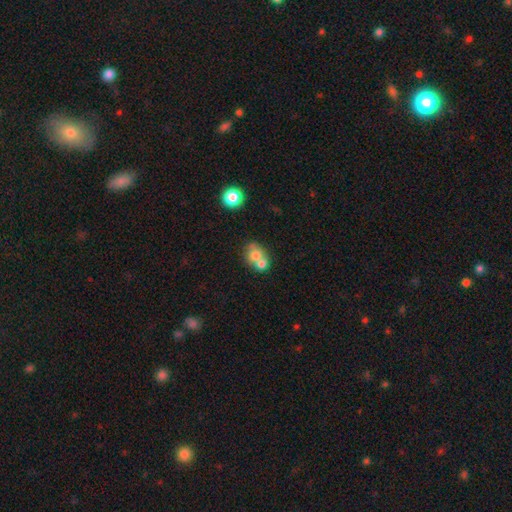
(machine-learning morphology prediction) Smooth or featured? Predicted: smooth (p=0.69). How rounded? Predicted: round (p=0.65). Merging? Predicted: merger (p=0.56).